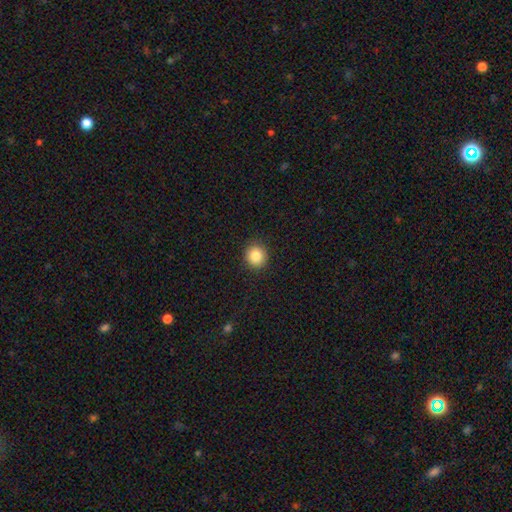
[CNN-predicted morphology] Overall: smooth (84%). How rounded: round (91%). Merging: none (91%).